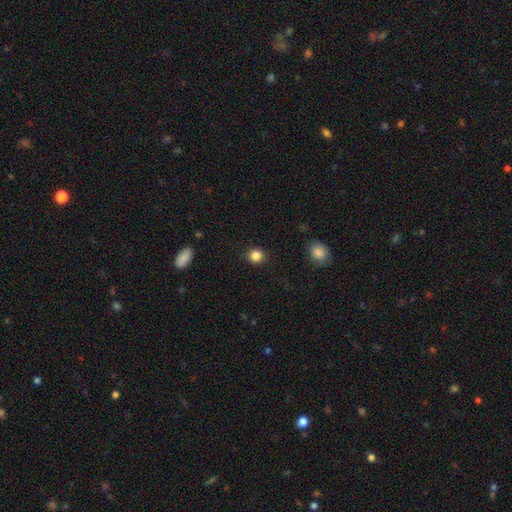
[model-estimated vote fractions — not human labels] A smooth galaxy with no disk features (85%) that is round (89%). Merging: none (90%).